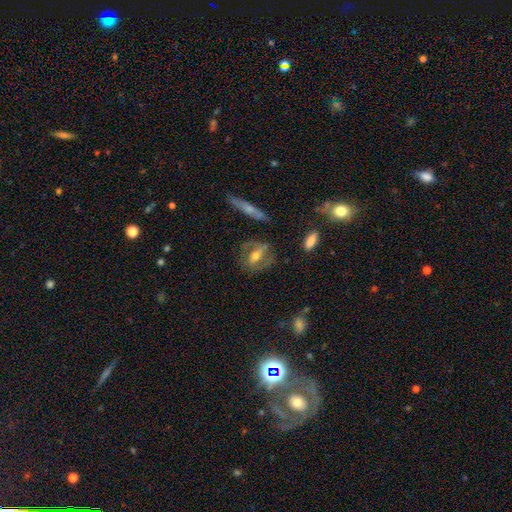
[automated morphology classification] featured or disk 61%, smooth 31%, star or artifact 8%. Down the decision tree: edge-on disk — no (85%); bar — strong (40%); spiral arms — yes (58%); bulge size — moderate (65%); merging — none (72%).